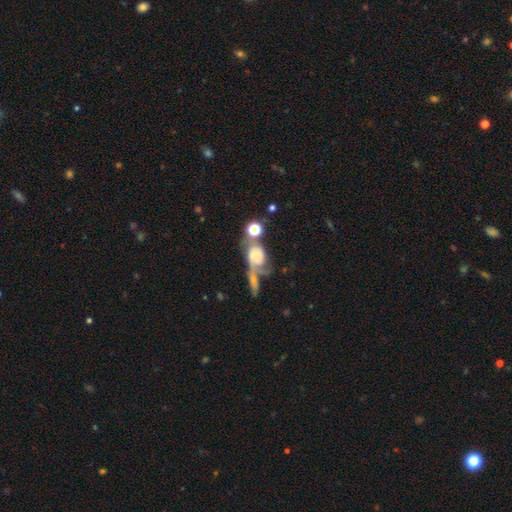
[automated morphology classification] Smooth or featured: featured or disk — 58% (smooth — 32%)
Edge-on disk: no — 94% (yes — 6%)
Bar: no — 62% (weak — 28%)
Spiral arms: yes — 75% (no — 25%)
Bulge size: small — 43% (none — 23%)
Merging: merger — 45% (none — 21%)